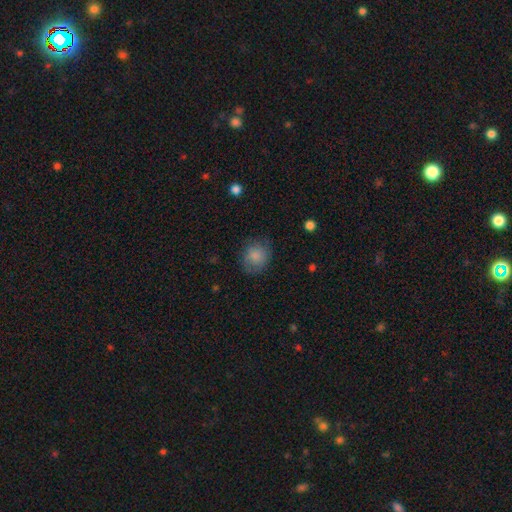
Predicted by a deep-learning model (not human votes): Smooth or featured?
  - smooth: 82% *
  - featured or disk: 11%
  - star or artifact: 8%
How rounded?
  - round: 74% *
  - in between: 25%
  - cigar-shaped: 1%
Merging?
  - none: 76% *
  - minor disturbance: 17%
  - major disturbance: 6%
  - merger: 1%